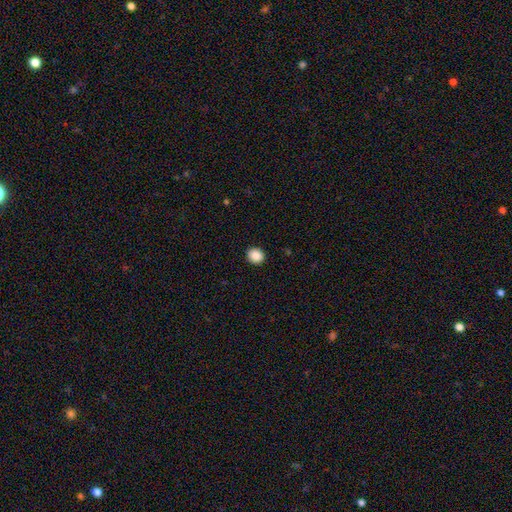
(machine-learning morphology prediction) This is clearly a smooth galaxy (89%). How rounded: likely round (76%). Merging: clearly none (92%).